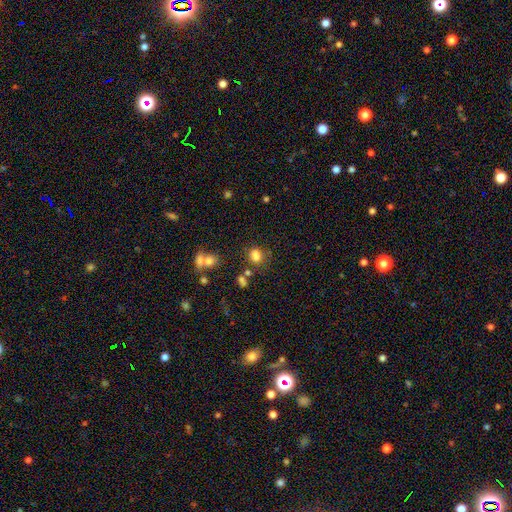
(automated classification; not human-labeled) A smooth galaxy with no disk features (77%) that is round (60%).

Vote fractions:
- Smooth or featured? smooth: 77% / star or artifact: 16% / featured or disk: 8%
- How rounded? round: 60% / in between: 39% / cigar-shaped: 1%
- Merging? none: 61% / merger: 16% / minor disturbance: 16% / major disturbance: 7%